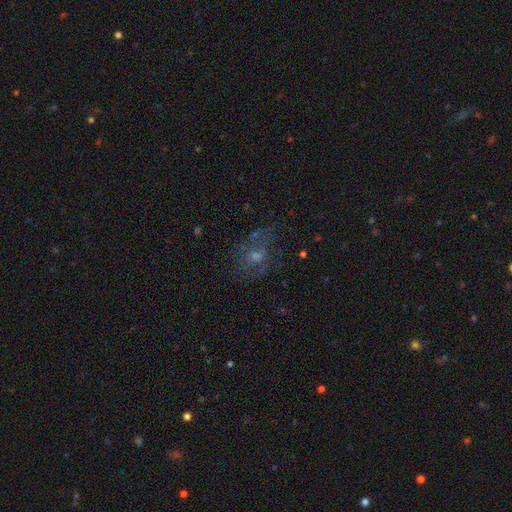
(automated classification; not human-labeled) Q: Smooth or featured?
A: featured or disk (49%); runner-up: smooth (33%)
Q: Merging?
A: none (52%); runner-up: major disturbance (24%)